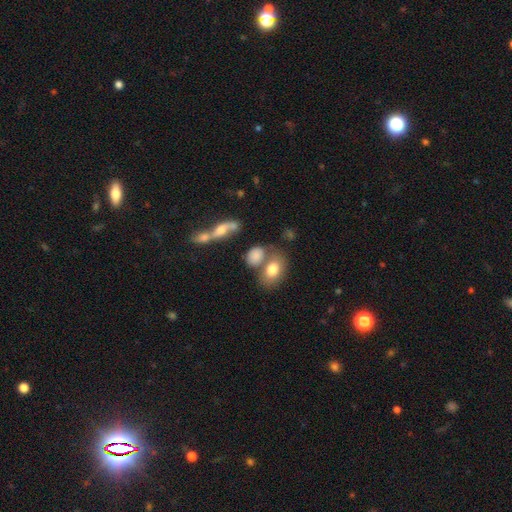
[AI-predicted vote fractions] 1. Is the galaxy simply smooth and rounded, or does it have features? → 75% smooth, 15% featured or disk, 10% star or artifact.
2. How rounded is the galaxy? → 77% in between, 21% round, 3% cigar-shaped.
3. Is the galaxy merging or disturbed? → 42% none, 36% merger, 14% minor disturbance, 8% major disturbance.